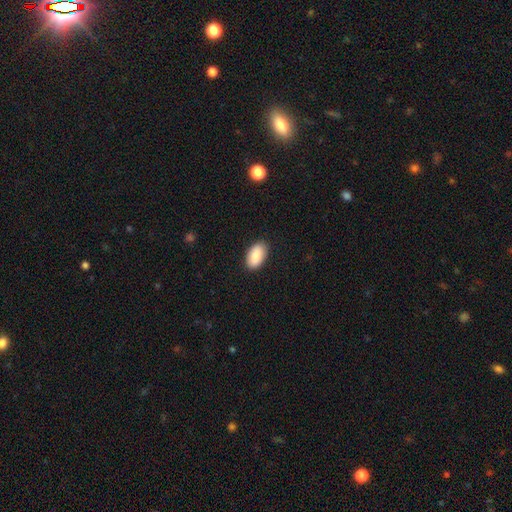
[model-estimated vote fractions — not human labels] Smooth or featured? smooth (90%)
How rounded? in between (95%)
Merging? none (88%)